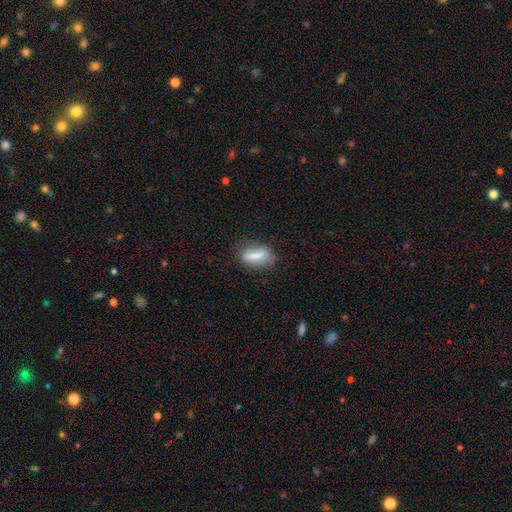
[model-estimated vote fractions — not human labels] Morphology: type=smooth (69%); roundness=in between (59%); merging=none (74%).